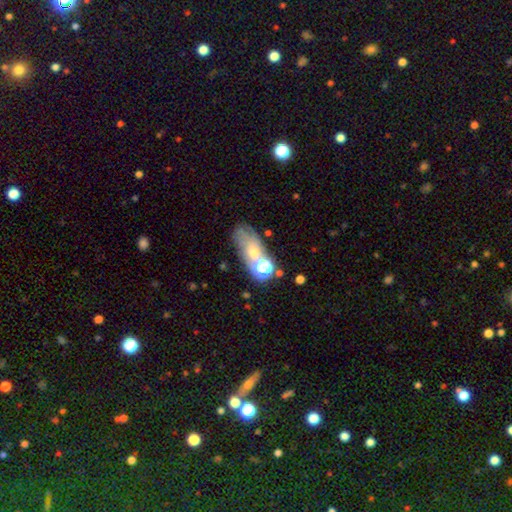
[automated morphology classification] smooth 43%, featured or disk 36%, star or artifact 22%. Down the decision tree: merging — none (46%).